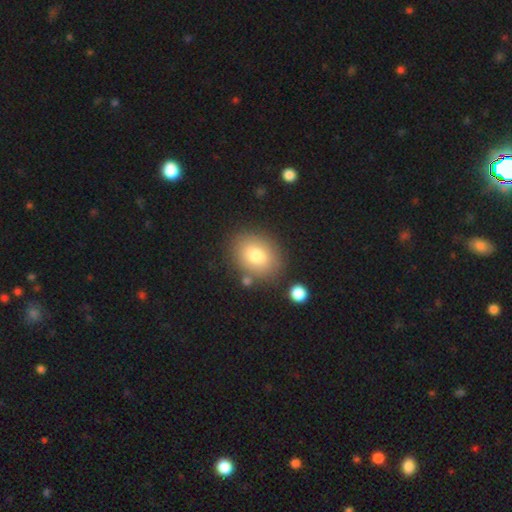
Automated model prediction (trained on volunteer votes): smooth 77%, featured or disk 14%, star or artifact 9%. Down the decision tree: how rounded — in between (62%); merging — none (80%).